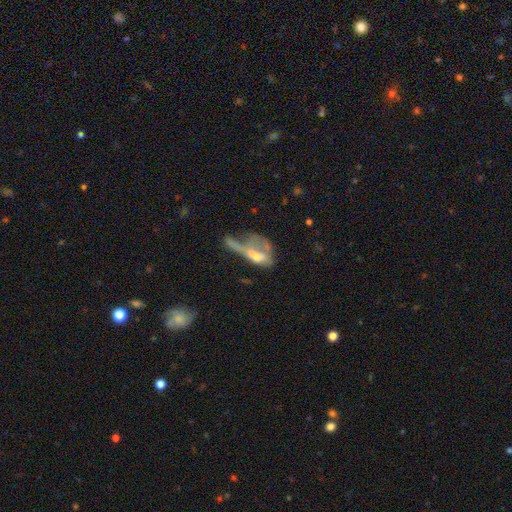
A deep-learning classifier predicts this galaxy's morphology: This appears to be a featured or disk galaxy (47%). Merging: major disturbance (47%).